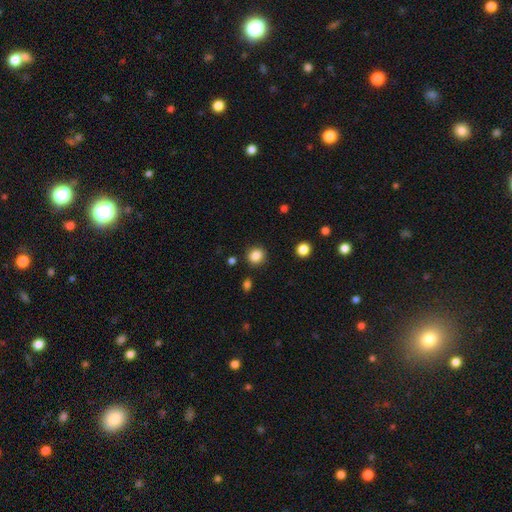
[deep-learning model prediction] Q: Smooth or featured?
A: smooth (85%); runner-up: star or artifact (10%)
Q: How rounded?
A: round (84%); runner-up: in between (15%)
Q: Merging?
A: none (89%); runner-up: minor disturbance (7%)